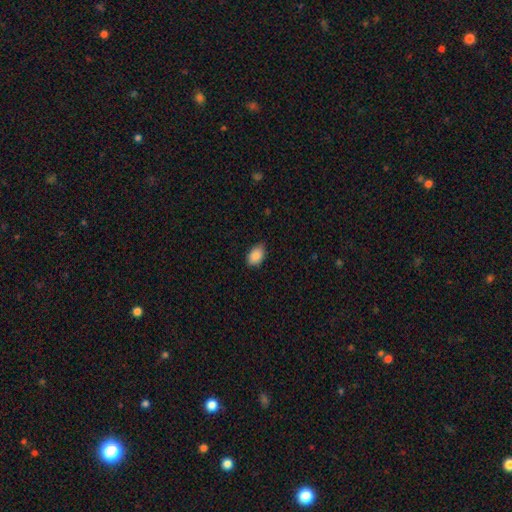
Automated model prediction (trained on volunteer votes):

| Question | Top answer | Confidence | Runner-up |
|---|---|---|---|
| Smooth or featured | smooth | 89% | star or artifact (7%) |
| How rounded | in between | 87% | round (12%) |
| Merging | none | 77% | minor disturbance (20%) |